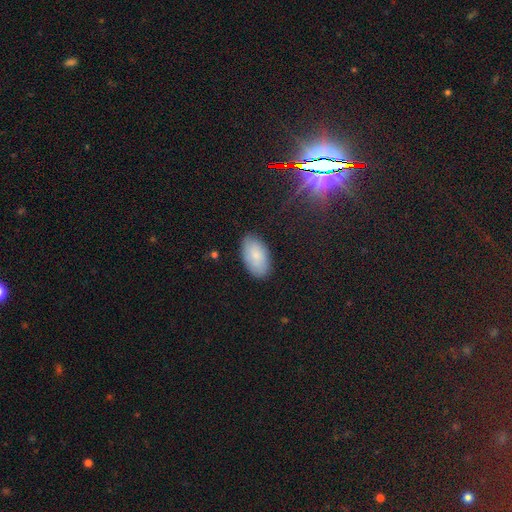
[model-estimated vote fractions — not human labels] Q: Smooth or featured?
A: smooth (79%); runner-up: featured or disk (13%)
Q: How rounded?
A: in between (95%); runner-up: round (3%)
Q: Merging?
A: none (85%); runner-up: minor disturbance (12%)